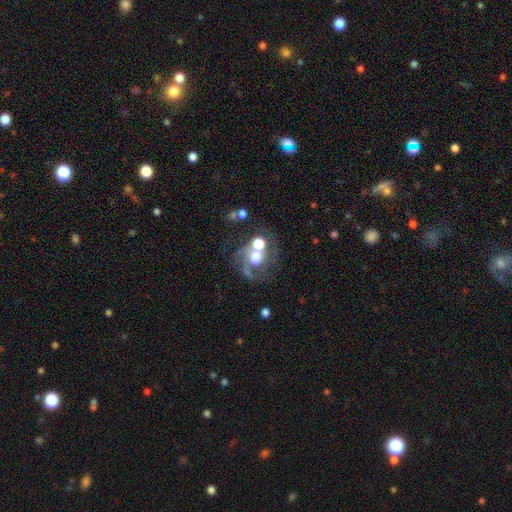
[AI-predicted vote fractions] This appears to be a featured or disk galaxy (65%) with no bar (74%), 2 (48%) medium (47%) spiral arms (84%) and a moderate central bulge (45%). Merging: none (39%).